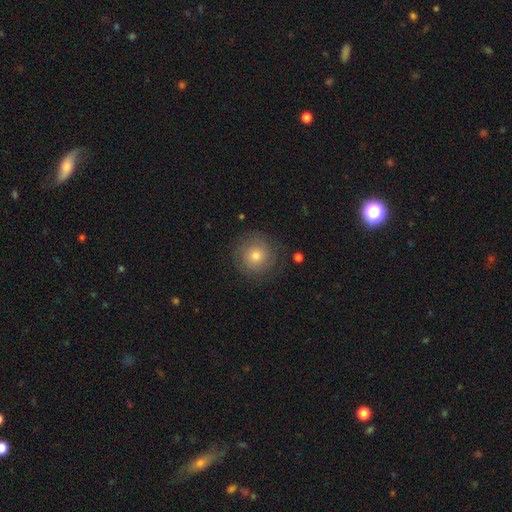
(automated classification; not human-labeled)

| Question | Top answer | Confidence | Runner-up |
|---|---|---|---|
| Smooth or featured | smooth | 55% | featured or disk (33%) |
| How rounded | round | 95% | in between (5%) |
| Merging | none | 84% | minor disturbance (11%) |